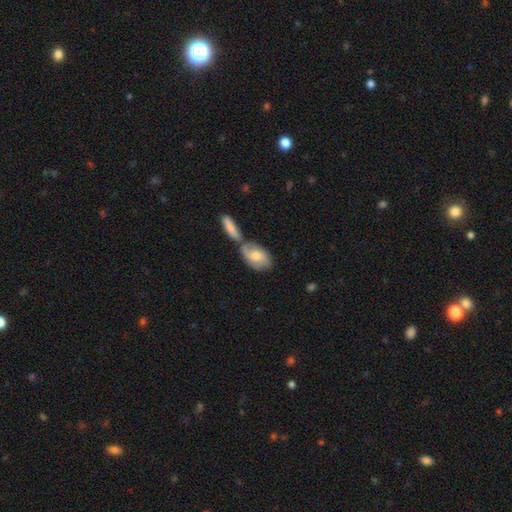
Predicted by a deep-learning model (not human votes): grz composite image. It shows a smooth galaxy with no disk features (59%) that is in between round and cigar-shaped (88%). Merging: merger (43%).